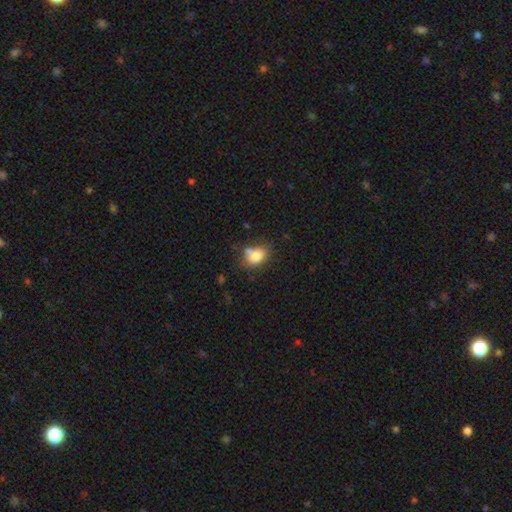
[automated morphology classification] This appears to be a smooth galaxy with no disk features (78%) that is in between round and cigar-shaped (65%). Merging: none (51%).